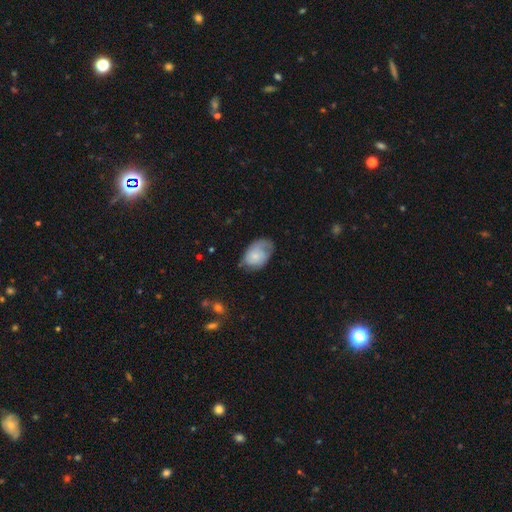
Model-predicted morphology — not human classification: smooth 65%, featured or disk 28%, star or artifact 7%. Down the decision tree: how rounded — in between (85%); merging — none (44%).